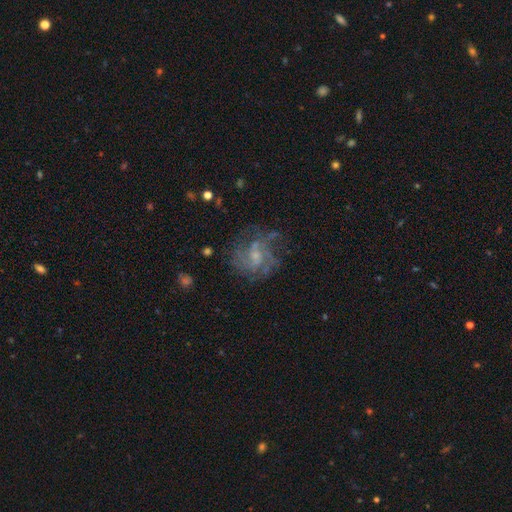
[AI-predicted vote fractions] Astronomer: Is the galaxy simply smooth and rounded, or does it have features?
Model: featured or disk — 75%.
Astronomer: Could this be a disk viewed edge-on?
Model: no — 98%.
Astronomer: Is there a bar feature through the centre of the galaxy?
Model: no — 56% (runner-up: weak, 38%).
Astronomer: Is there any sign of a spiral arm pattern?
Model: yes — 86%.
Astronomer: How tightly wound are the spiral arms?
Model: medium — 46% (runner-up: tight, 34%).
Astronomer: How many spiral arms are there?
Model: can't tell — 34% (runner-up: 3, 23%).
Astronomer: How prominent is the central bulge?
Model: small — 52% (runner-up: moderate, 28%).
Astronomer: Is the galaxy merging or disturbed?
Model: none — 62%.